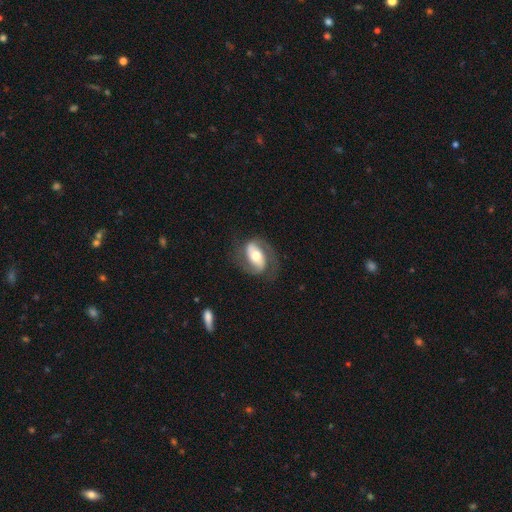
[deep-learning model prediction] Smooth or featured? featured or disk (76%)
Edge-on disk? no (96%)
Bar? strong (38%)
Spiral arms? yes (89%)
Spiral winding? medium (49%)
Spiral arm count? 2 (88%)
Bulge size? moderate (67%)
Merging? none (71%)